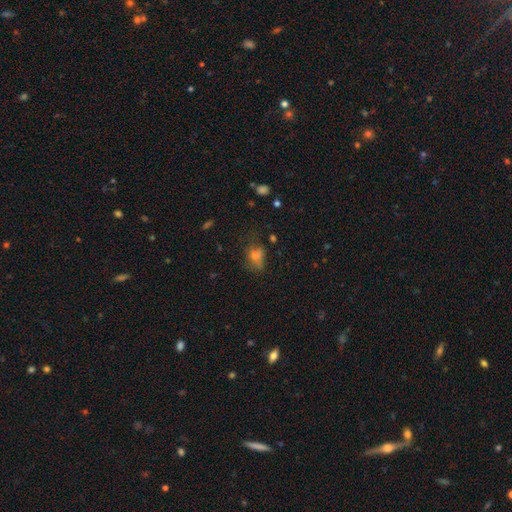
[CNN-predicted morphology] Smooth or featured? Predicted: smooth (p=0.68). How rounded? Predicted: in between (p=0.69). Merging? Predicted: none (p=0.40).